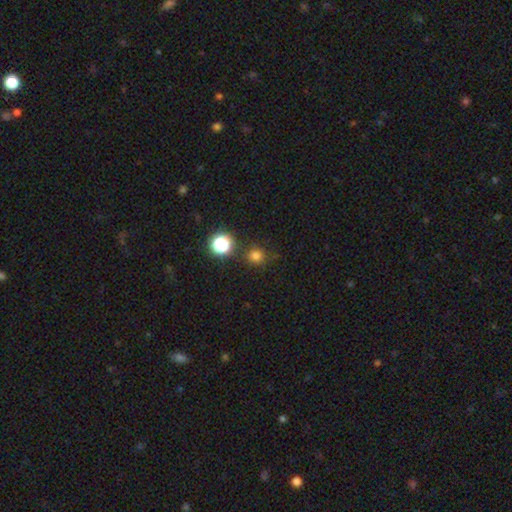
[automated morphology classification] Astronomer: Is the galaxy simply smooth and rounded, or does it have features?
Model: smooth — 76%.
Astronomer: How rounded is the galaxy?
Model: round — 92%.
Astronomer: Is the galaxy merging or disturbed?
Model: none — 82%.